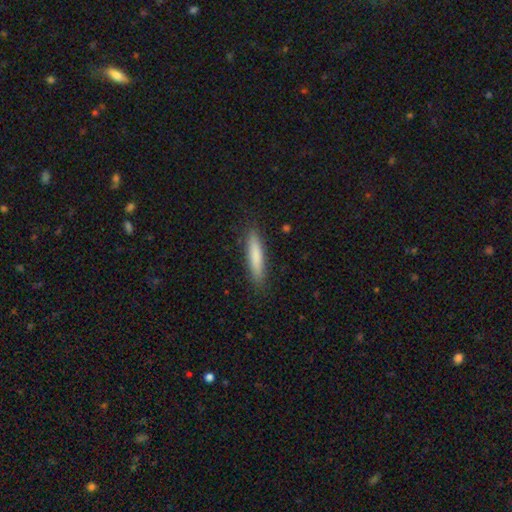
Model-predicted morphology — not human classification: type=smooth (80%); roundness=cigar-shaped (88%); merging=none (88%).